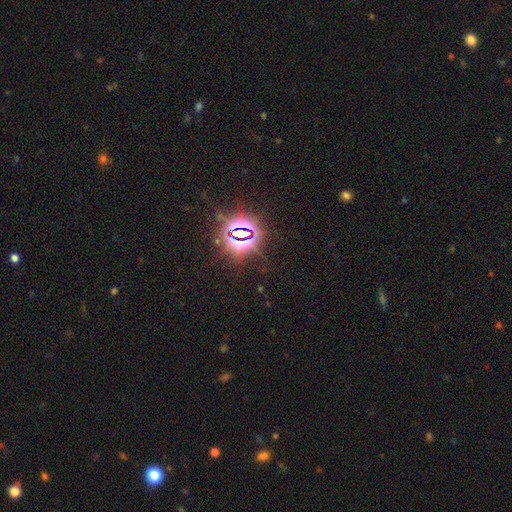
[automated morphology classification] The model was most divided on "smooth or featured": star or artifact: 84%, smooth: 10%, featured or disk: 6%.